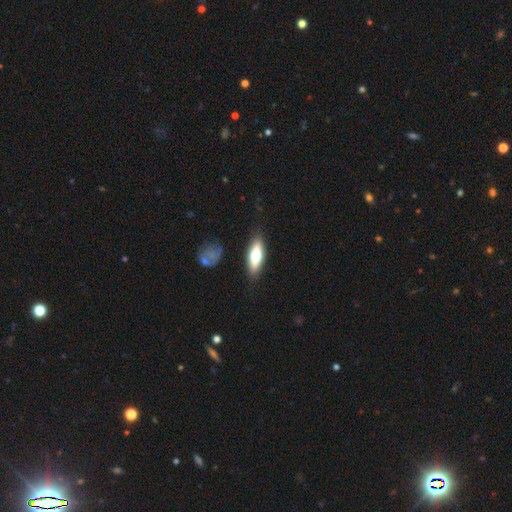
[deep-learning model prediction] A smooth galaxy with no disk features (57%) that is in between round and cigar-shaped (55%).

Vote fractions:
- Smooth or featured? smooth: 57% / featured or disk: 37% / star or artifact: 6%
- How rounded? in between: 55% / cigar-shaped: 42% / round: 3%
- Merging? none: 85% / minor disturbance: 10% / major disturbance: 3% / merger: 2%